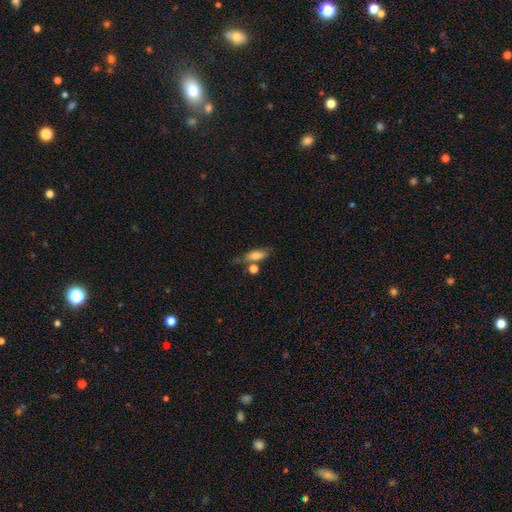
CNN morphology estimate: The model was most divided on "merging": none: 50%, merger: 21%, minor disturbance: 20%, major disturbance: 9%. More confident: smooth or featured — smooth (73%); how rounded — in between (70%).